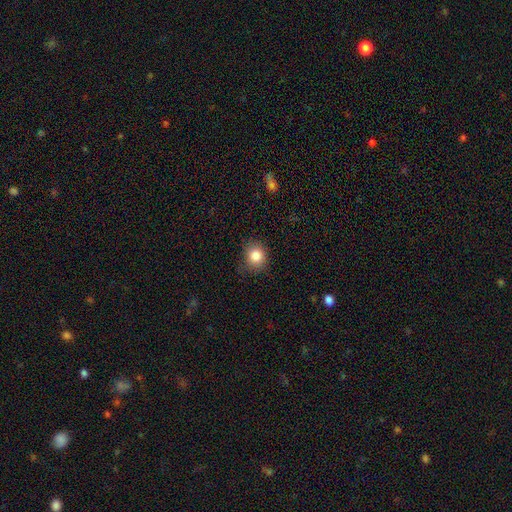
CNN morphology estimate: This appears to be a smooth galaxy with no disk features (84%) that is round (77%). Merging: none (80%).